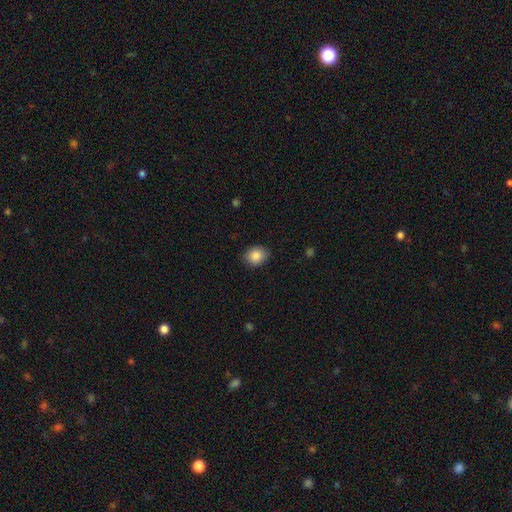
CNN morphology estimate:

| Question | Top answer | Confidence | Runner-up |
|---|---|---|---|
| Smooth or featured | smooth | 87% | star or artifact (8%) |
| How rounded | round | 52% | in between (47%) |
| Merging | none | 86% | minor disturbance (10%) |